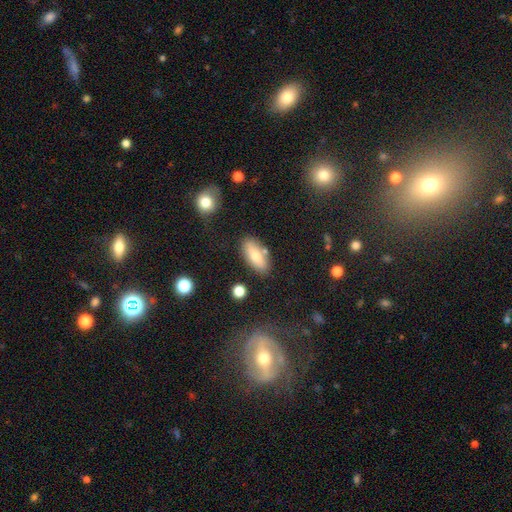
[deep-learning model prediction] This is likely a smooth galaxy (75%). How rounded: clearly in between (84%). Merging: likely none (77%).